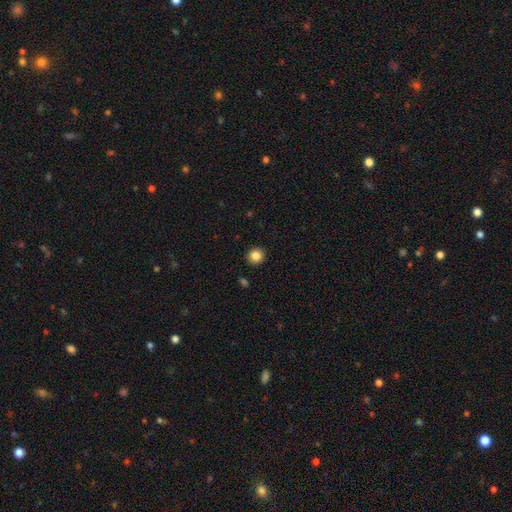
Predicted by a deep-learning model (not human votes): smooth-or-featured: smooth: 85% | star or artifact: 10% | featured or disk: 5%
  how-rounded: round: 89% | in between: 10% | cigar-shaped: 1%
  merging: none: 92% | minor disturbance: 5% | major disturbance: 2% | merger: 1%